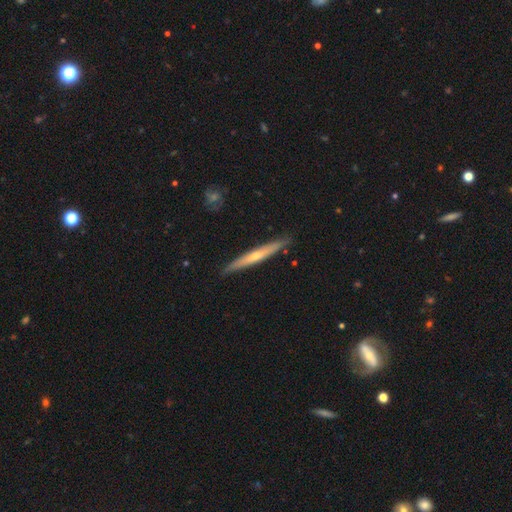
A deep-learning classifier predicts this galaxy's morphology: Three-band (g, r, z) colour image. It shows a featured or disk galaxy (62%) viewed edge-on (95%) with a rounded central bulge (65%). Merging: none (89%).